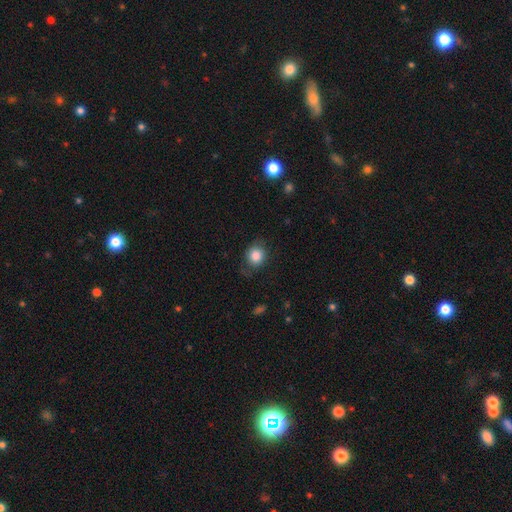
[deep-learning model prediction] The model was most divided on "how rounded": round: 73%, in between: 26%, cigar-shaped: 1%. More confident: smooth or featured — smooth (84%); merging — none (74%).